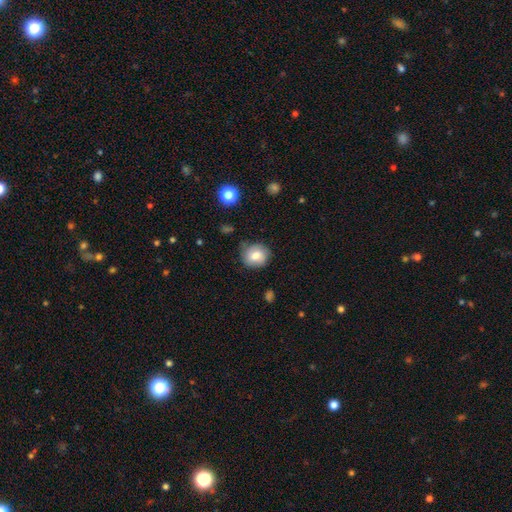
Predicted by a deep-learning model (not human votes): Smooth or featured? Predicted: smooth (p=0.74). How rounded? Predicted: round (p=0.81). Merging? Predicted: none (p=0.73).